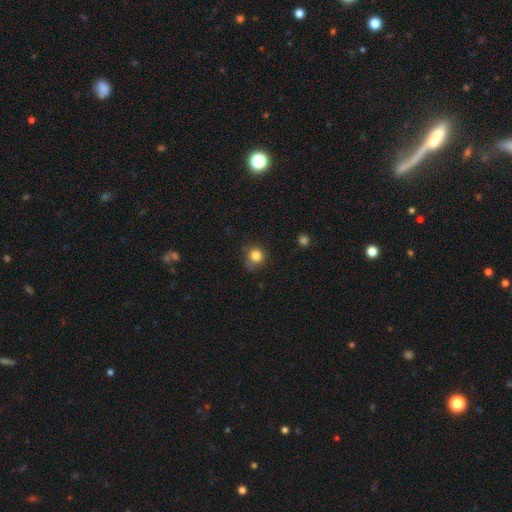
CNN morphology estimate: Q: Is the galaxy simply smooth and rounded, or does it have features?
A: smooth — 82%.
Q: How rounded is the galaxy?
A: round — 88%.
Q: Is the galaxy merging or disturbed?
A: none — 69%.